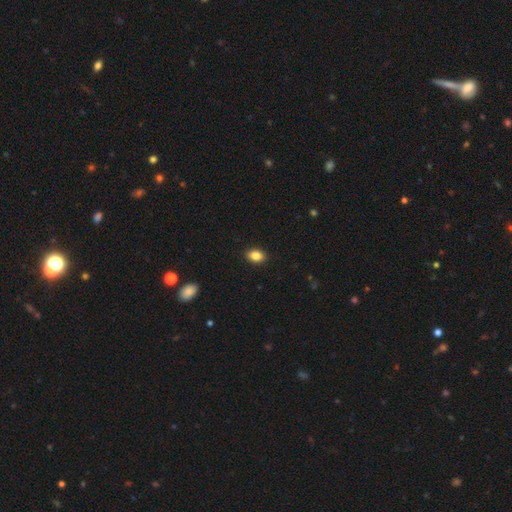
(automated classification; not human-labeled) A smooth galaxy with no disk features (86%) that is in between round and cigar-shaped (79%). Merging: none (90%).